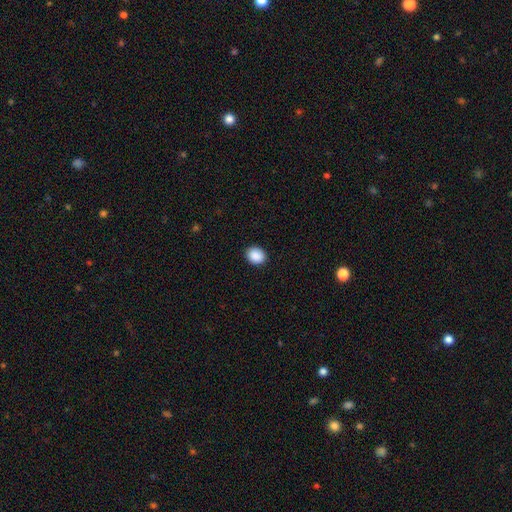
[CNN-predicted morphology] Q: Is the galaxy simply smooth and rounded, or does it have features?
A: smooth — 90%.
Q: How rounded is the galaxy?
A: round — 56%.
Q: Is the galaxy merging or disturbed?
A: none — 91%.